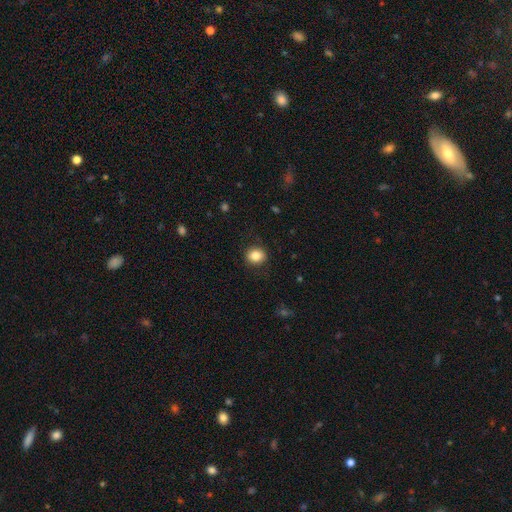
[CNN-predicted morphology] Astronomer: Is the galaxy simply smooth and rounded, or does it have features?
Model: smooth — 84%.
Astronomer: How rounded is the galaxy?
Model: round — 71%.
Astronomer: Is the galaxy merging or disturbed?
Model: none — 88%.